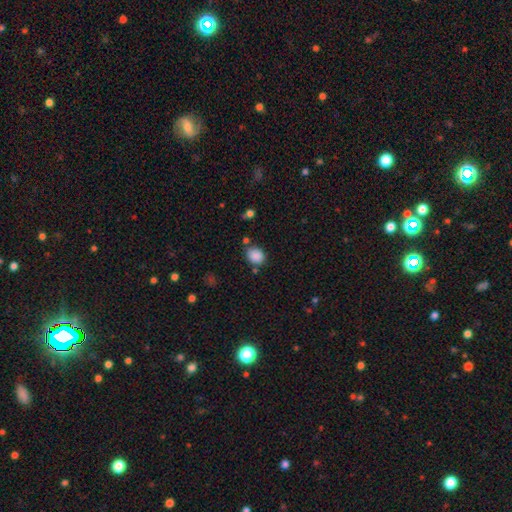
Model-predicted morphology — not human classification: The model was most divided on "how rounded": round: 53%, in between: 46%, cigar-shaped: 1%. More confident: smooth or featured — smooth (87%); merging — none (72%).